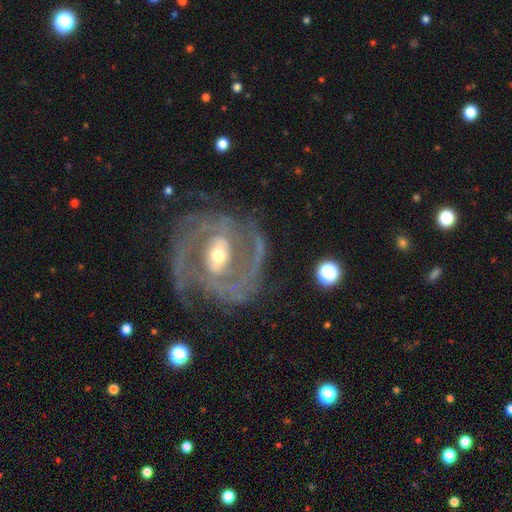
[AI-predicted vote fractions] This is clearly a featured or disk galaxy (91%). It is clearly not viewed edge-on (97%). Bar: marginally strong (41%). Spiral arm pattern: clearly yes (97%). Spiral arm count: likely 2 (70%). Spiral winding: possibly tight (51%). Central bulge: possibly moderate (55%). Merging: likely none (76%).